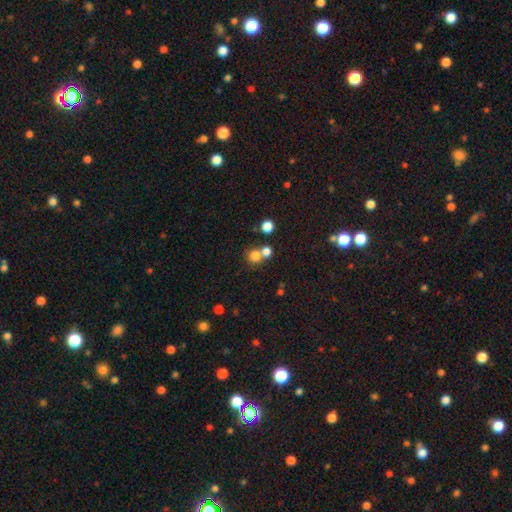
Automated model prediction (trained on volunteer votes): smooth 77%, star or artifact 14%, featured or disk 9%. Down the decision tree: how rounded — round (86%); merging — none (52%).